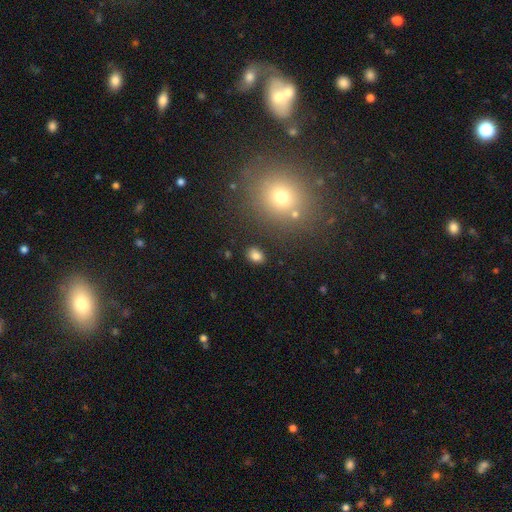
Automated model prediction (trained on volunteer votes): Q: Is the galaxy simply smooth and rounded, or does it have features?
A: smooth — 81%.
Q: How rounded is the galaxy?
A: in between — 70%.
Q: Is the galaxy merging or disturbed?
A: none — 85%.